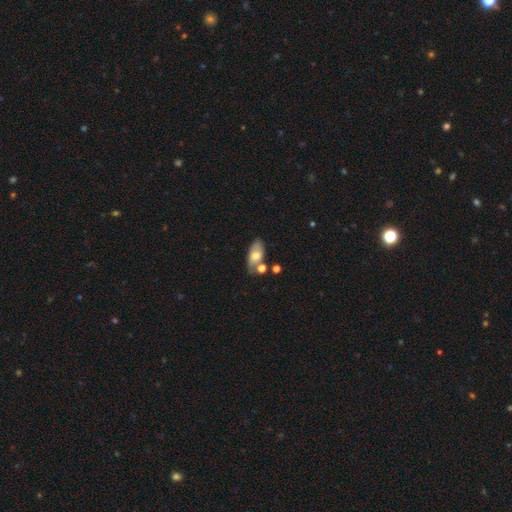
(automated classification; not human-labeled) smooth-or-featured: smooth: 62% | featured or disk: 30% | star or artifact: 8%
  how-rounded: in between: 89% | cigar-shaped: 5% | round: 5%
  merging: none: 55% | minor disturbance: 20% | merger: 18% | major disturbance: 7%